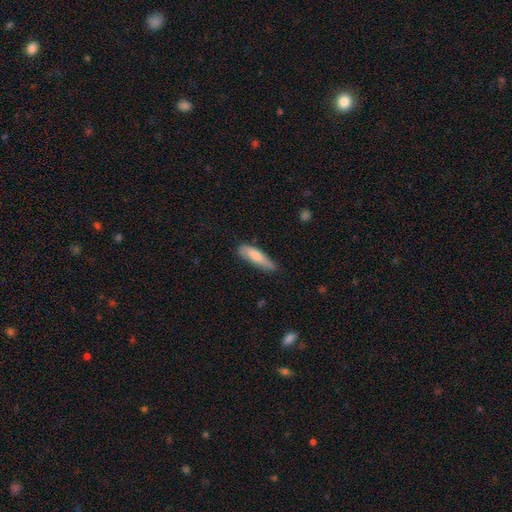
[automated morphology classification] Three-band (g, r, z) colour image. It shows a smooth galaxy with no disk features (77%) that is cigar-shaped (61%). Merging: none (57%).